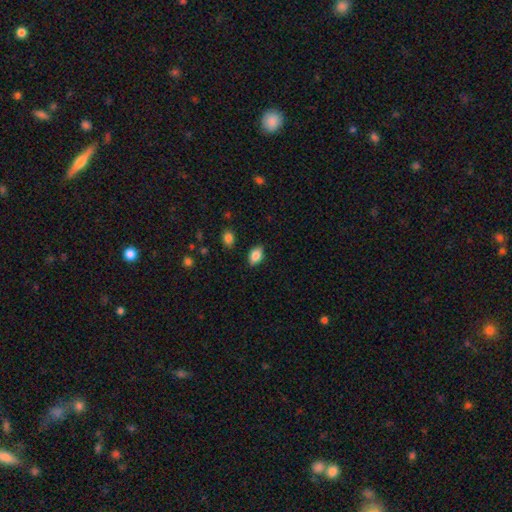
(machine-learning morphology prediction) smooth-or-featured: smooth: 84% | star or artifact: 8% | featured or disk: 8%
  how-rounded: in between: 87% | round: 11% | cigar-shaped: 2%
  merging: none: 85% | minor disturbance: 11% | major disturbance: 2% | merger: 2%